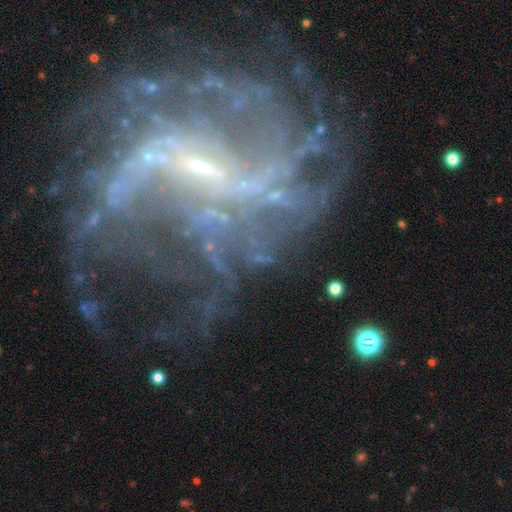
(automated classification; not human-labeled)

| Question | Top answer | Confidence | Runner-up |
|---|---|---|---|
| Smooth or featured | featured or disk | 72% | star or artifact (19%) |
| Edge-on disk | no | 94% | yes (6%) |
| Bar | strong | 40% | weak (31%) |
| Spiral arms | yes | 85% | no (15%) |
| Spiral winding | tight | 51% | medium (33%) |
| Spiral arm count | can't tell | 34% | 2 (18%) |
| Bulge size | small | 57% | moderate (23%) |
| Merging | none | 59% | major disturbance (20%) |